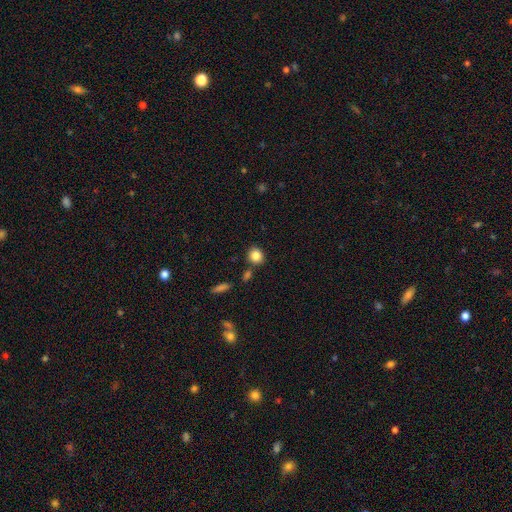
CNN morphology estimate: Overall: smooth (85%). How rounded: round (76%). Merging: none (79%).